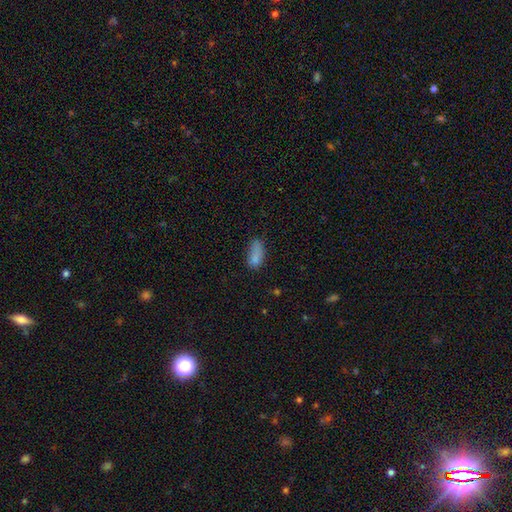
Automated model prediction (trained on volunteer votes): Smooth or featured?
  - smooth: 79% *
  - star or artifact: 11%
  - featured or disk: 9%
How rounded?
  - in between: 83% *
  - cigar-shaped: 13%
  - round: 4%
Merging?
  - none: 45% *
  - minor disturbance: 31%
  - major disturbance: 16%
  - merger: 7%